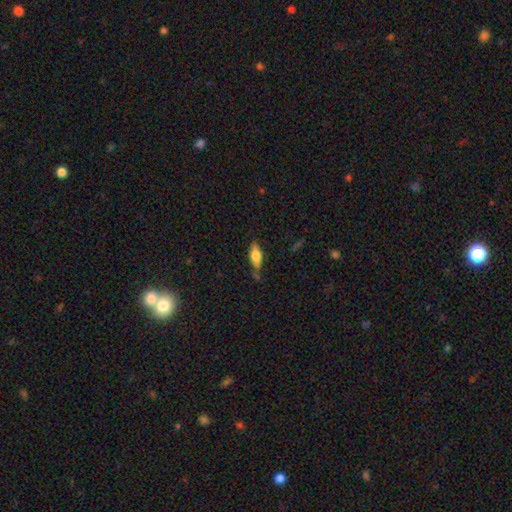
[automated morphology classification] The model was most divided on "smooth or featured": smooth: 61%, featured or disk: 32%, star or artifact: 7%. More confident: how rounded — in between (67%); merging — none (66%).